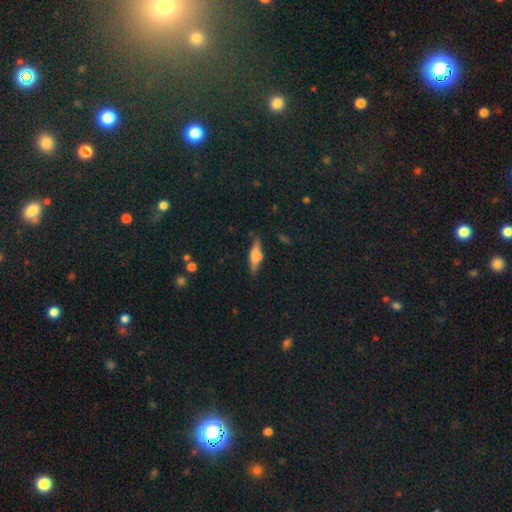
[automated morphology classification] Smooth or featured? featured or disk (52%)
Edge-on disk? yes (93%)
Merging? none (80%)